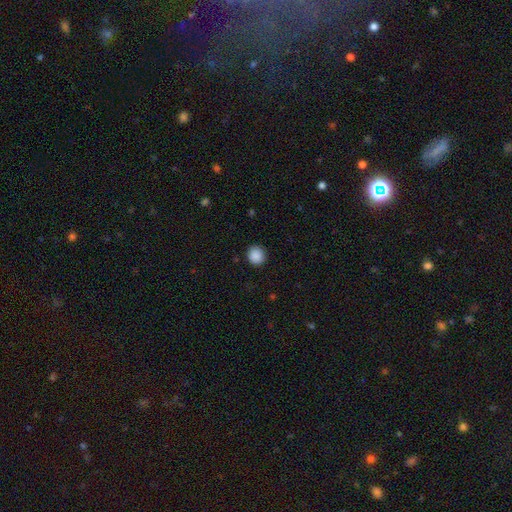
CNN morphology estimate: Smooth or featured?
  - smooth: 89% *
  - star or artifact: 9%
  - featured or disk: 2%
How rounded?
  - round: 89% *
  - in between: 10%
  - cigar-shaped: 1%
Merging?
  - none: 90% *
  - minor disturbance: 7%
  - major disturbance: 2%
  - merger: 1%